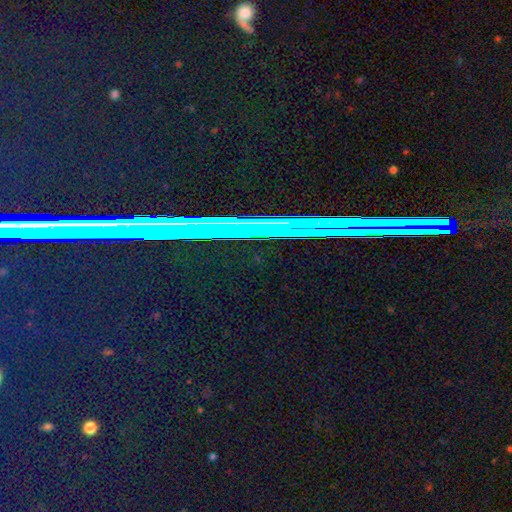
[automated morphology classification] A star or artifact, not a galaxy (80%).